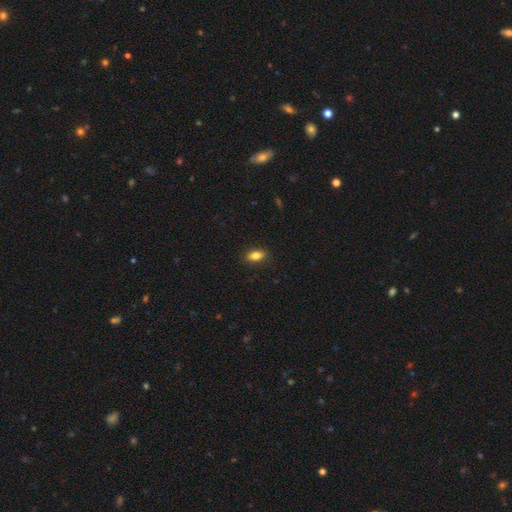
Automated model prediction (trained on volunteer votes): Smooth or featured? smooth (82%)
How rounded? in between (84%)
Merging? none (87%)